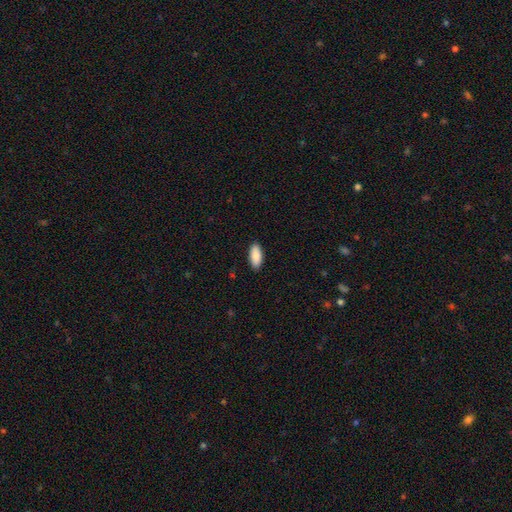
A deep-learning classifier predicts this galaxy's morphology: smooth 88%, featured or disk 6%, star or artifact 6%. Down the decision tree: how rounded — in between (87%); merging — none (90%).